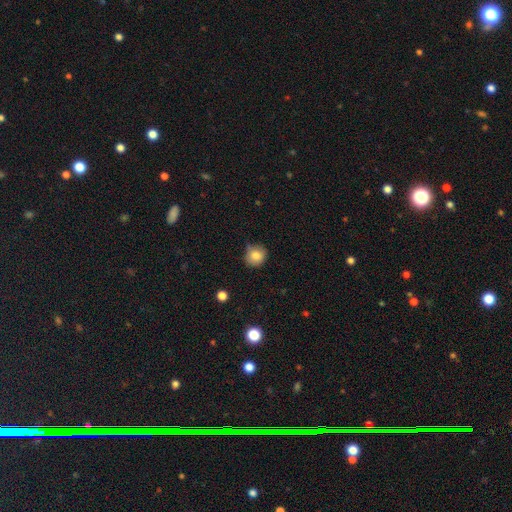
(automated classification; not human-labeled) A smooth galaxy with no disk features (83%) that is round (89%). Merging: none (73%).